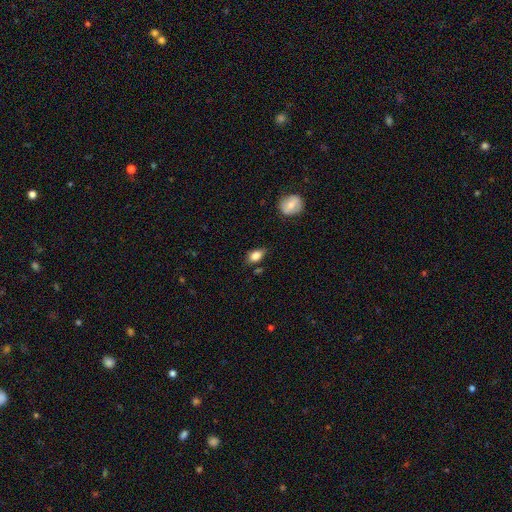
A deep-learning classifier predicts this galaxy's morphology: smooth 83%, featured or disk 9%, star or artifact 8%. Down the decision tree: how rounded — in between (87%); merging — none (76%).